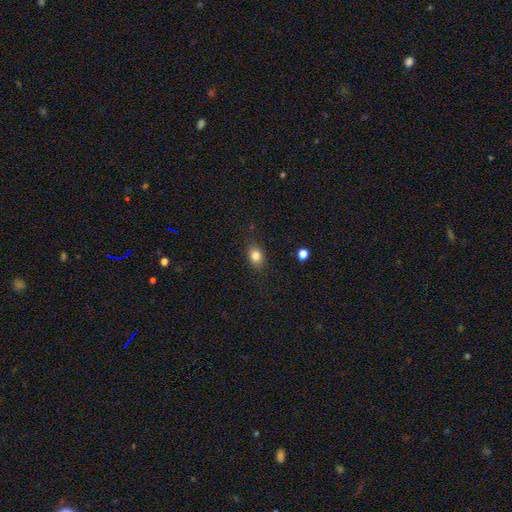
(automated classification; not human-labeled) smooth-or-featured: smooth: 82% | star or artifact: 10% | featured or disk: 8%
  how-rounded: in between: 67% | round: 31% | cigar-shaped: 2%
  merging: none: 84% | minor disturbance: 12% | major disturbance: 3% | merger: 1%